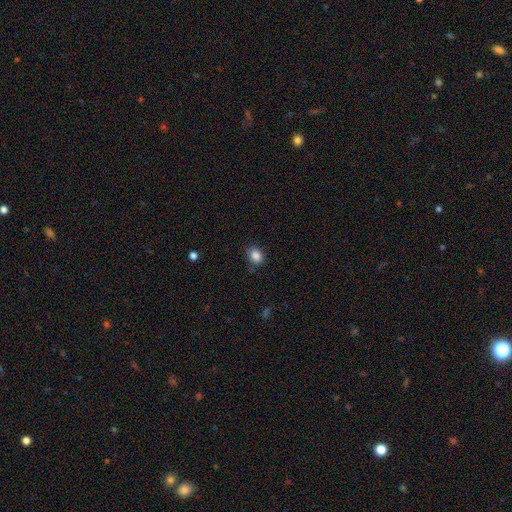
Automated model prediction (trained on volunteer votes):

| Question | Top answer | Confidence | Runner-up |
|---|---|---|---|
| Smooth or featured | smooth | 86% | star or artifact (9%) |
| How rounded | in between | 57% | round (42%) |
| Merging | none | 78% | minor disturbance (17%) |